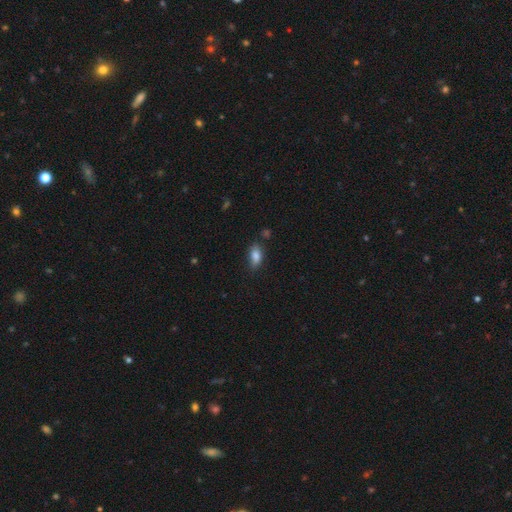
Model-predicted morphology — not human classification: Smooth or featured? smooth (83%)
How rounded? in between (87%)
Merging? none (69%)